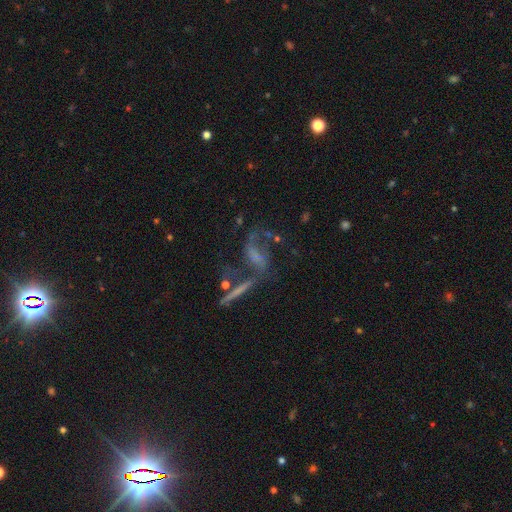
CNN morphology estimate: This appears to be a featured or disk galaxy (67%) with no bar (39%), spiral arms (77%) and no central bulge (43%). Merging: none (40%).